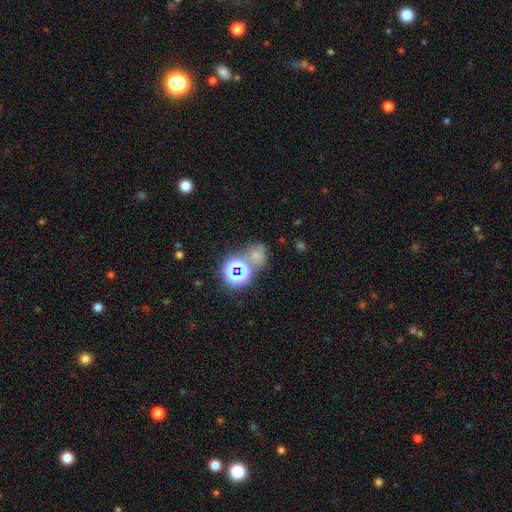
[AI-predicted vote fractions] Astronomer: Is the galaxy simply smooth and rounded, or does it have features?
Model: smooth — 53% (runner-up: star or artifact, 37%).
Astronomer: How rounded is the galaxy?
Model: round — 67%.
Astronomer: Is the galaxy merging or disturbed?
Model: none — 50% (runner-up: merger, 29%).